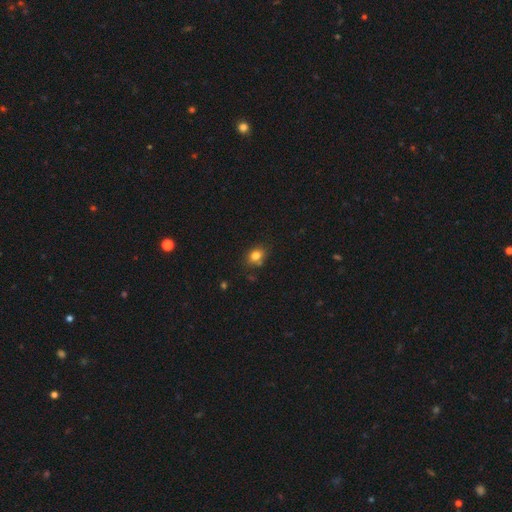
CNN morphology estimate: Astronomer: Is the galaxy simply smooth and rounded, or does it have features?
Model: smooth — 80%.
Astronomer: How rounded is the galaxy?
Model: in between — 57% (runner-up: round, 41%).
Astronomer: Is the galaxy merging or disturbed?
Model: none — 74%.